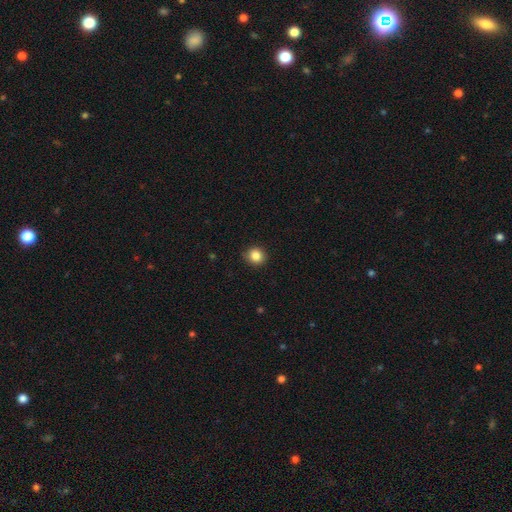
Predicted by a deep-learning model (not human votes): smooth_or_featured: smooth (p=0.86) [alt: star or artifact p=0.10]
how_rounded: round (p=0.85) [alt: in between p=0.14]
merging: none (p=0.89) [alt: minor disturbance p=0.08]